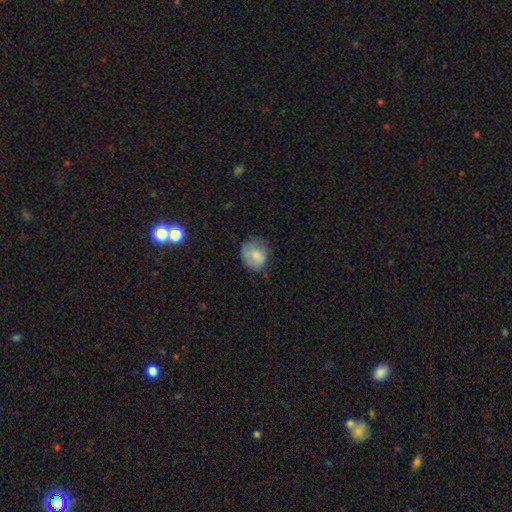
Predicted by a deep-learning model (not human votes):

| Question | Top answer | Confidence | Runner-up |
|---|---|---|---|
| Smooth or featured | smooth | 72% | featured or disk (20%) |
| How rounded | round | 74% | in between (25%) |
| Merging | none | 59% | minor disturbance (29%) |